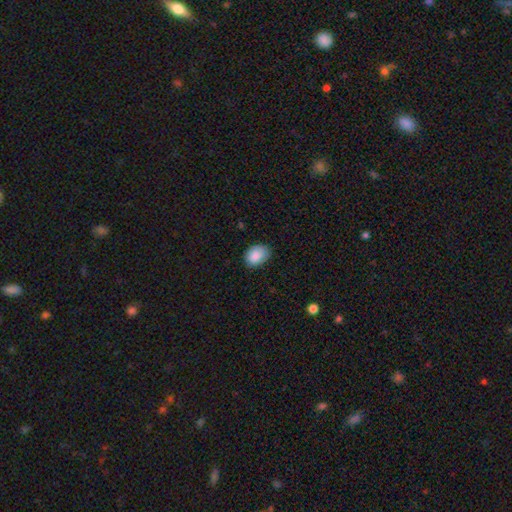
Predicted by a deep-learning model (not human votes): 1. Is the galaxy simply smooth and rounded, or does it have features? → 87% smooth, 8% star or artifact, 5% featured or disk.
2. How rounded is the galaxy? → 74% in between, 25% round, 1% cigar-shaped.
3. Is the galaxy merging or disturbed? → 75% none, 21% minor disturbance, 3% major disturbance, 1% merger.